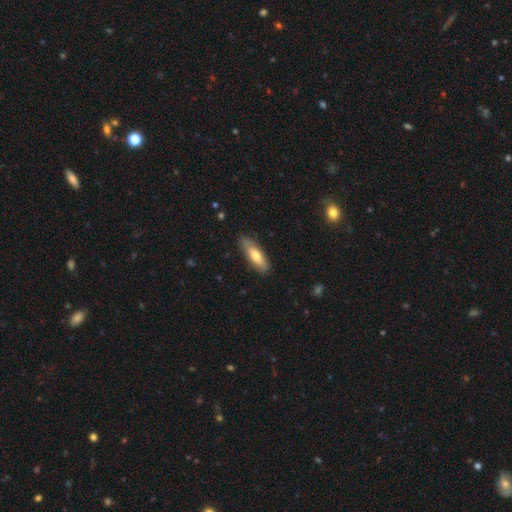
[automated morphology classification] Smooth or featured? smooth (68%)
How rounded? in between (58%)
Merging? none (79%)